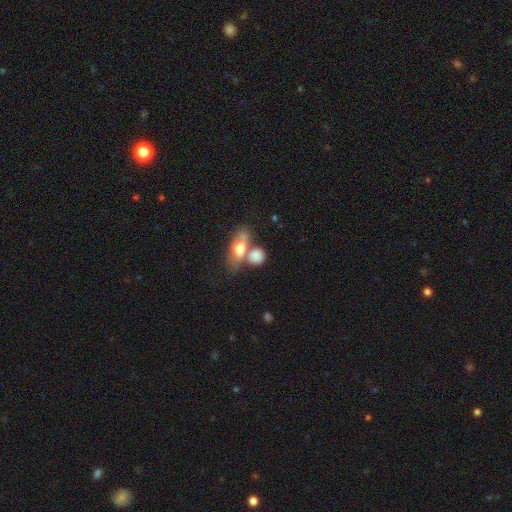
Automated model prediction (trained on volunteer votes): smooth_or_featured: smooth (p=0.78) [alt: featured or disk p=0.14]
how_rounded: round (p=0.48) [alt: in between p=0.46]
merging: merger (p=0.42) [alt: none p=0.38]